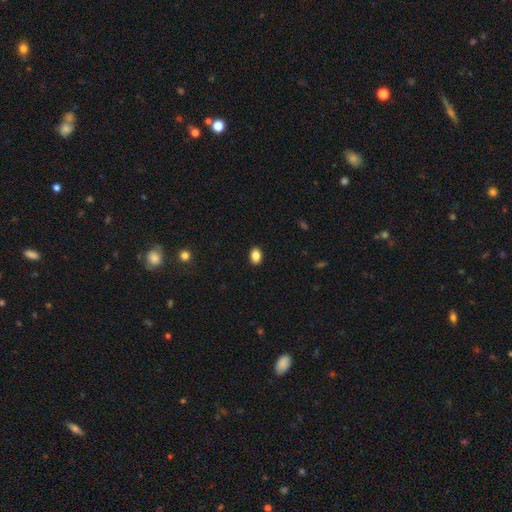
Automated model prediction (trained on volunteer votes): Overall: smooth (86%). How rounded: in between (73%). Merging: none (90%).